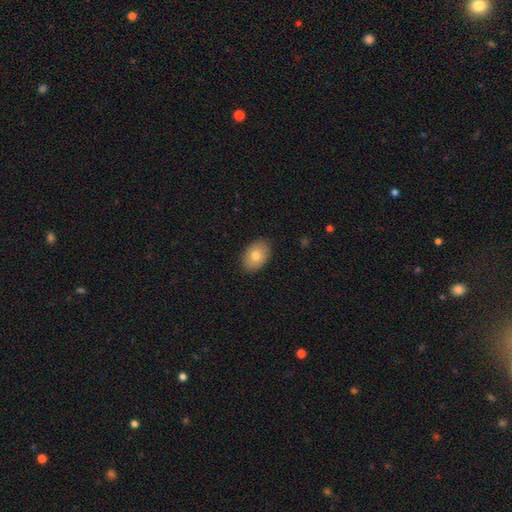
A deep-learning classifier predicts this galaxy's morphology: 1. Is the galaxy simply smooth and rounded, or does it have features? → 78% smooth, 15% featured or disk, 8% star or artifact.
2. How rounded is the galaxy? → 85% in between, 13% round, 1% cigar-shaped.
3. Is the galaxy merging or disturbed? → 88% none, 9% minor disturbance, 2% major disturbance, 1% merger.